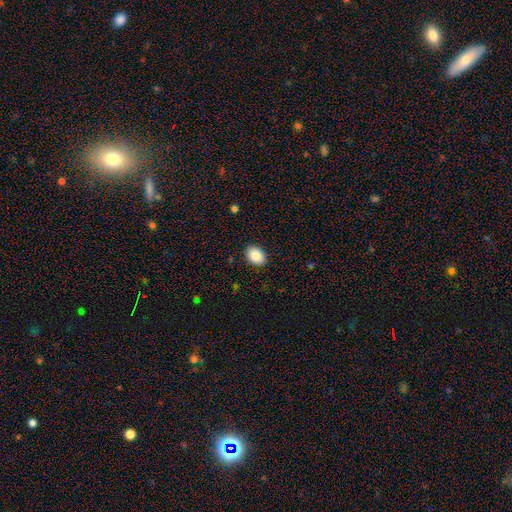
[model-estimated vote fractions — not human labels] Smooth or featured? Predicted: smooth (p=0.87). How rounded? Predicted: in between (p=0.76). Merging? Predicted: none (p=0.89).